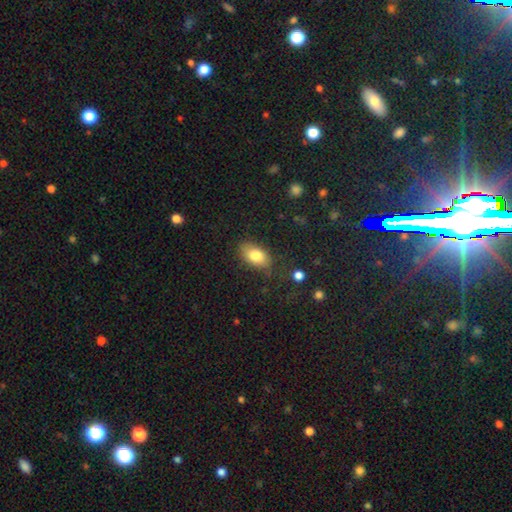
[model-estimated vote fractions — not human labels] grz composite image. It shows a smooth galaxy with no disk features (81%) that is in between round and cigar-shaped (90%). Merging: none (75%).